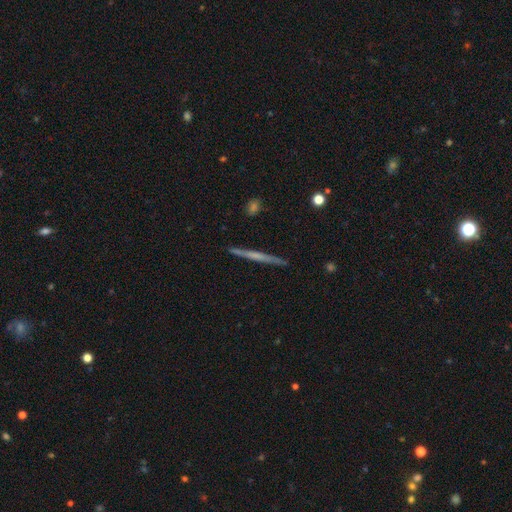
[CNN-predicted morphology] type=featured or disk (56%); edge-on=yes (98%); edge-on bulge=none (76%); merging=none (91%).